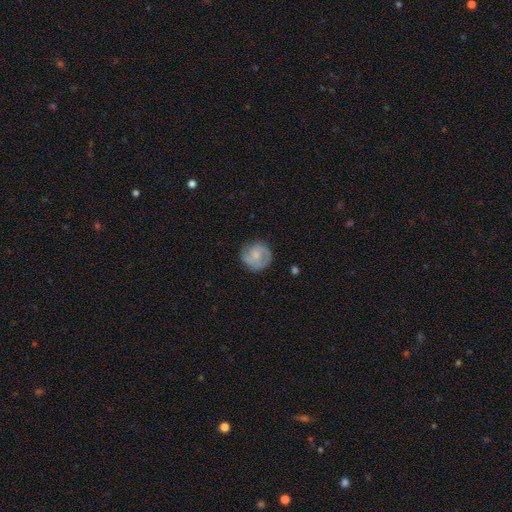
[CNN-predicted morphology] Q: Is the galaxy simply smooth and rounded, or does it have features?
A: smooth — 48%.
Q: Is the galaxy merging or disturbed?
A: none — 73%.